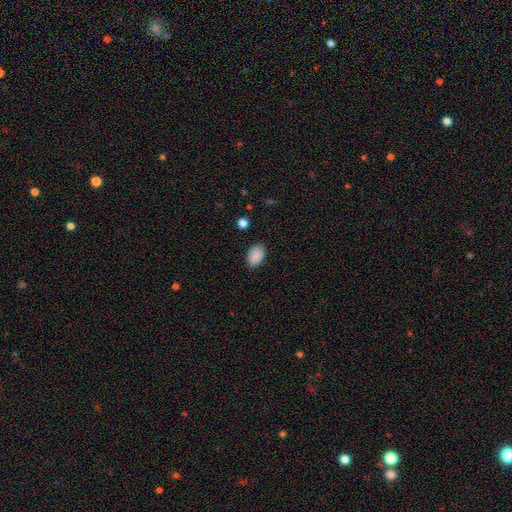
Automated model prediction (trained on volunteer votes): smooth_or_featured: smooth (p=0.90) [alt: star or artifact p=0.07]
how_rounded: in between (p=0.90) [alt: round p=0.08]
merging: none (p=0.87) [alt: minor disturbance p=0.09]